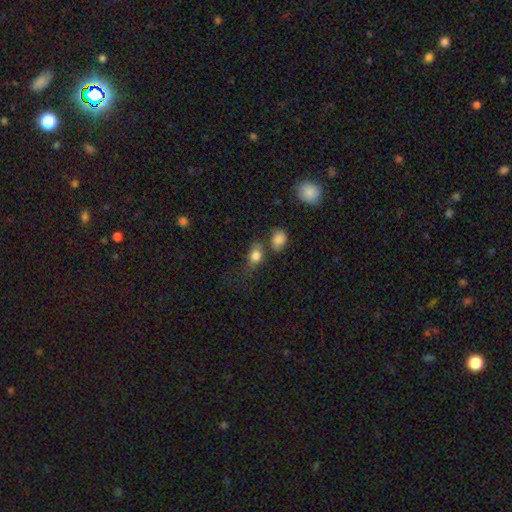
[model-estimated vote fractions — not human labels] Overall: smooth (81%). How rounded: in between (54%; round 44%). Merging: none (50%; minor disturbance 21%).